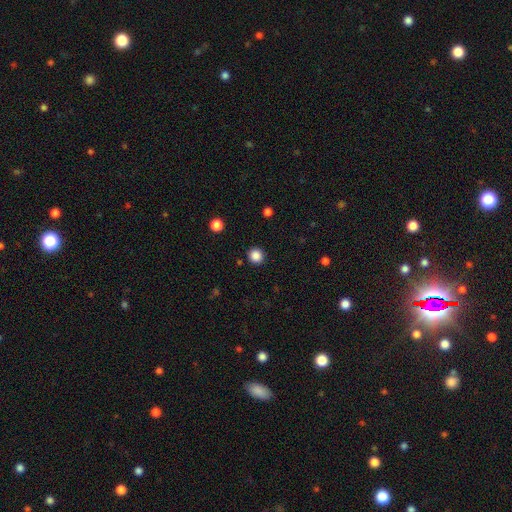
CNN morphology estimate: smooth 86%, star or artifact 12%, featured or disk 3%. Down the decision tree: how rounded — round (94%); merging — none (92%).